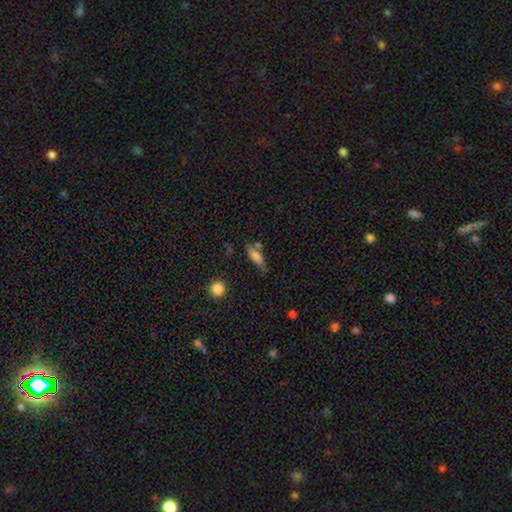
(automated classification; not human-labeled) smooth 75%, featured or disk 16%, star or artifact 9%. Down the decision tree: how rounded — in between (63%); merging — none (58%).